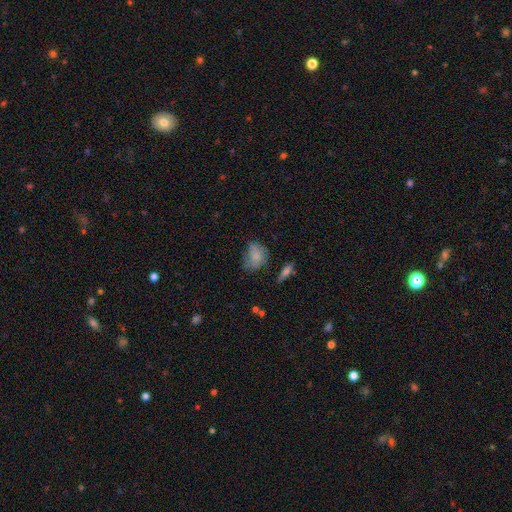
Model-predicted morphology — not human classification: Smooth or featured: smooth — 73% (featured or disk — 16%)
How rounded: in between — 62% (round — 35%)
Merging: none — 46% (minor disturbance — 33%)